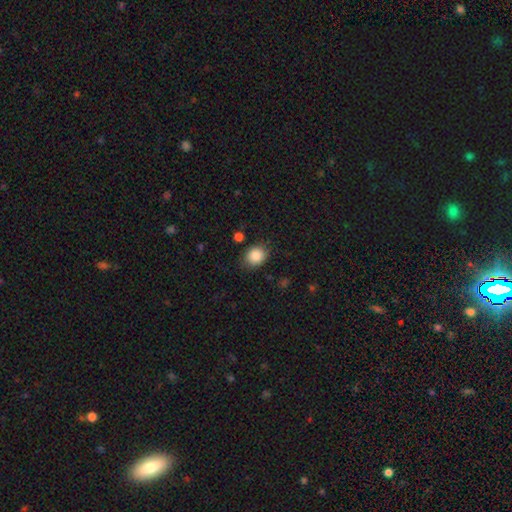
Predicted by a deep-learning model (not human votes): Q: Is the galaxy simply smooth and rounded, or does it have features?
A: smooth — 87%.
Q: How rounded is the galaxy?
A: round — 60%.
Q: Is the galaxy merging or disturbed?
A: none — 82%.